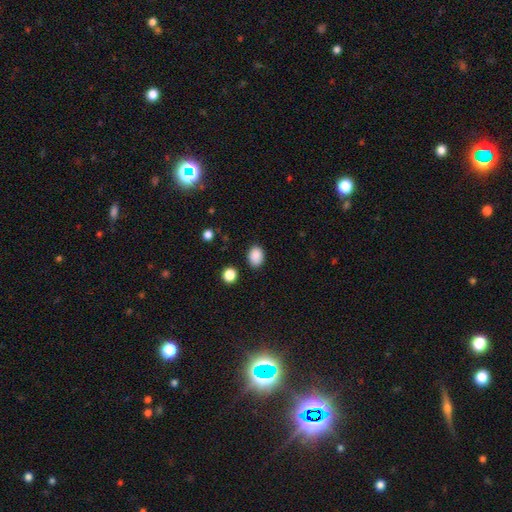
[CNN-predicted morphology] Smooth or featured? Predicted: smooth (p=0.88). How rounded? Predicted: in between (p=0.69). Merging? Predicted: none (p=0.86).